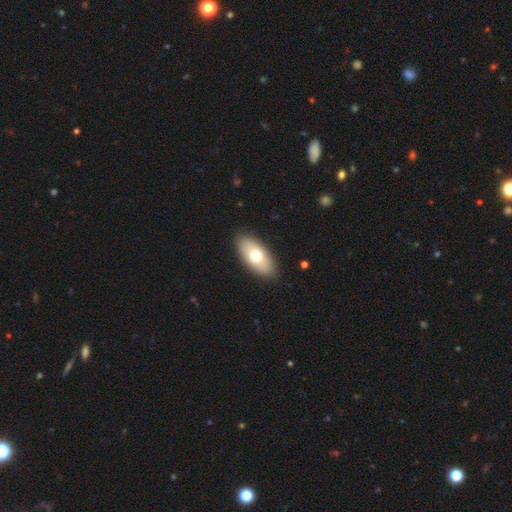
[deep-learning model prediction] Smooth or featured?
  - smooth: 69% *
  - featured or disk: 25%
  - star or artifact: 6%
How rounded?
  - in between: 90% *
  - cigar-shaped: 7%
  - round: 3%
Merging?
  - none: 88% *
  - minor disturbance: 8%
  - major disturbance: 2%
  - merger: 1%